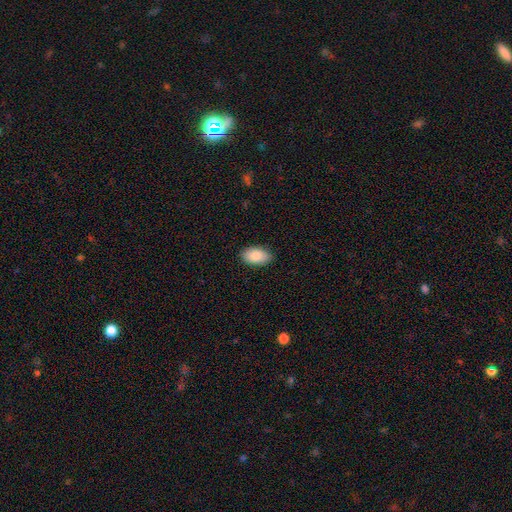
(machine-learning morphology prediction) The model was most divided on "merging": none: 86%, minor disturbance: 11%, major disturbance: 2%, merger: 1%. More confident: how rounded — in between (94%); smooth or featured — smooth (86%).